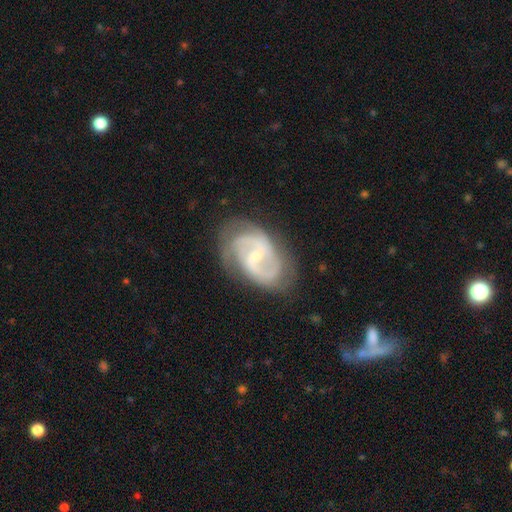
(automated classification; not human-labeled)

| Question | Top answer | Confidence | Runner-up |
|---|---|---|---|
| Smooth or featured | featured or disk | 87% | smooth (8%) |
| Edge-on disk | no | 97% | yes (3%) |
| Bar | weak | 56% | no (23%) |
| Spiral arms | yes | 96% | no (4%) |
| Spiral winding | medium | 51% | tight (33%) |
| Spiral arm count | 2 | 69% | 3 (12%) |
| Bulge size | small | 66% | moderate (29%) |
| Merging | none | 73% | minor disturbance (19%) |